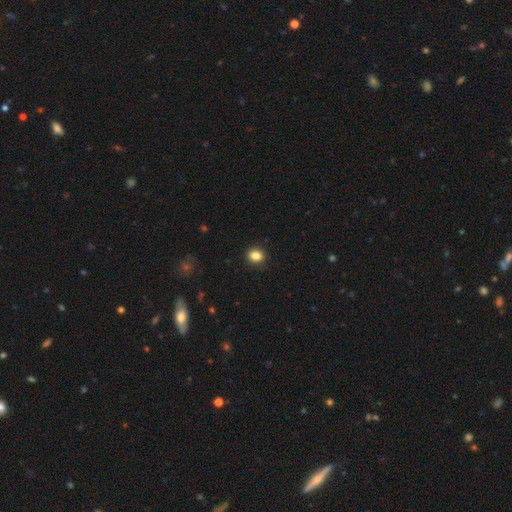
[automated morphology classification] Smooth or featured? smooth (86%)
How rounded? round (58%)
Merging? none (90%)